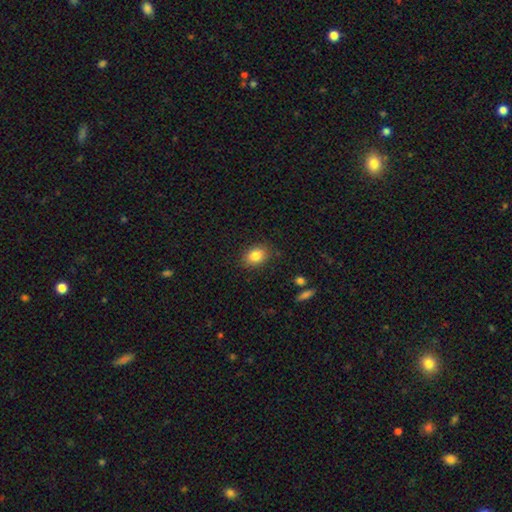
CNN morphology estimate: smooth-or-featured: smooth: 84% | star or artifact: 9% | featured or disk: 7%
  how-rounded: in between: 66% | round: 33% | cigar-shaped: 1%
  merging: none: 85% | minor disturbance: 11% | major disturbance: 3% | merger: 1%